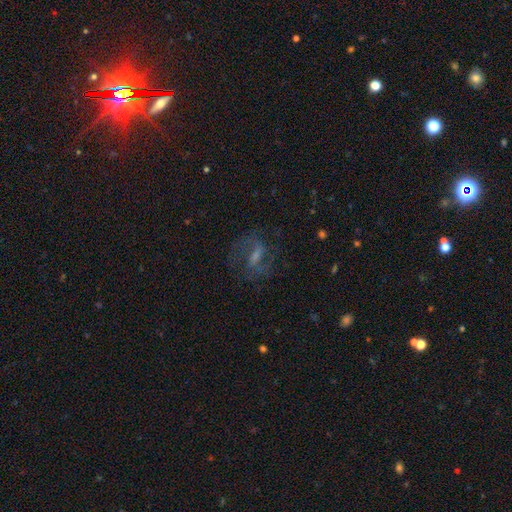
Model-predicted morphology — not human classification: The model was most divided on "bulge size" (2-way tie): none: 31%, small: 31%, moderate: 28%, large: 9%, dominant: 2%. Remaining: edge-on disk — no (94%); spiral arms — yes (89%); spiral arm count — 2 (84%); smooth or featured — featured or disk (71%); merging — none (71%); spiral winding — medium (53%); bar — weak (44%).